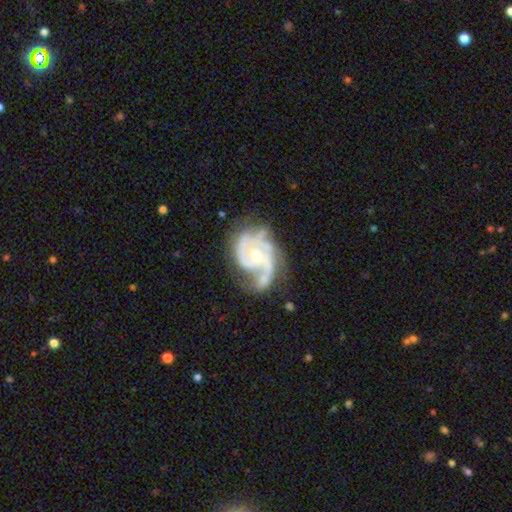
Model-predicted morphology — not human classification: This appears to be a featured or disk galaxy (90%) with no bar (71%), 3 (41%) medium (45%) spiral arms (97%) and a moderate central bulge (56%). Merging: none (51%).